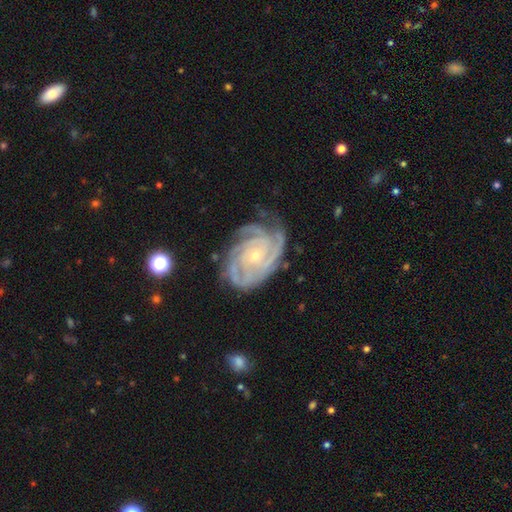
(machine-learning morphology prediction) type=featured or disk (92%); edge-on=no (97%); bar=no (73%); spiral arms=yes (98%); winding=tight (76%); arm count=4 (34%); bulge=small (77%); merging=none (69%).